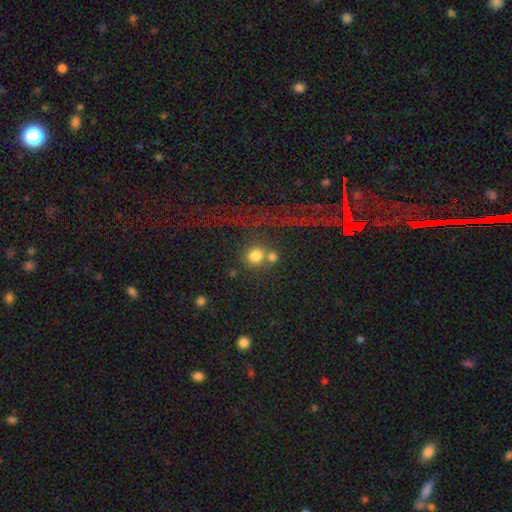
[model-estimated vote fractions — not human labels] Smooth or featured? smooth (75%)
How rounded? round (90%)
Merging? none (53%)